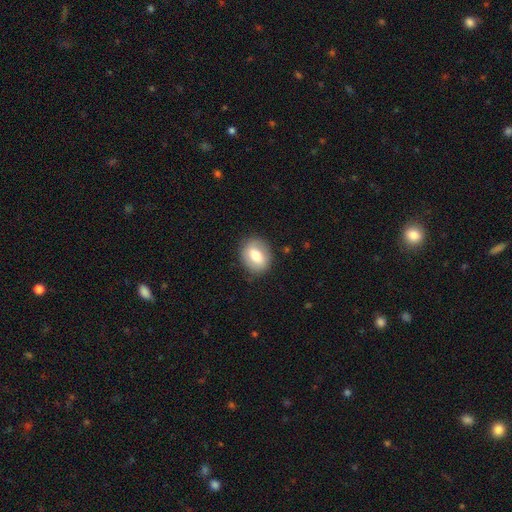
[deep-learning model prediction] smooth-or-featured: smooth: 70% | featured or disk: 23% | star or artifact: 7%
  how-rounded: in between: 51% | round: 48% | cigar-shaped: 1%
  merging: none: 84% | minor disturbance: 12% | major disturbance: 3% | merger: 1%